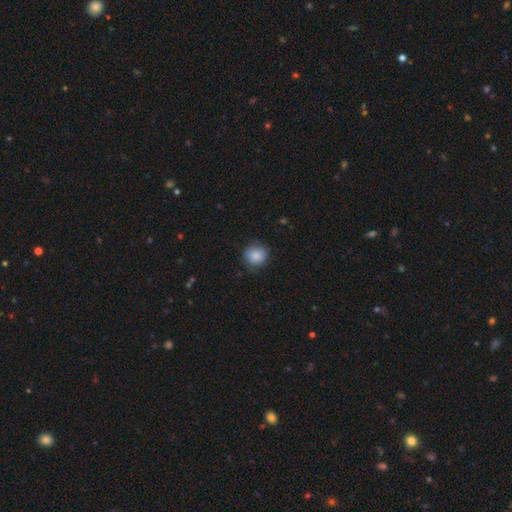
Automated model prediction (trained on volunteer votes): smooth-or-featured: smooth: 86% | star or artifact: 8% | featured or disk: 6%
  how-rounded: round: 90% | in between: 9% | cigar-shaped: 1%
  merging: none: 82% | minor disturbance: 14% | major disturbance: 3% | merger: 1%